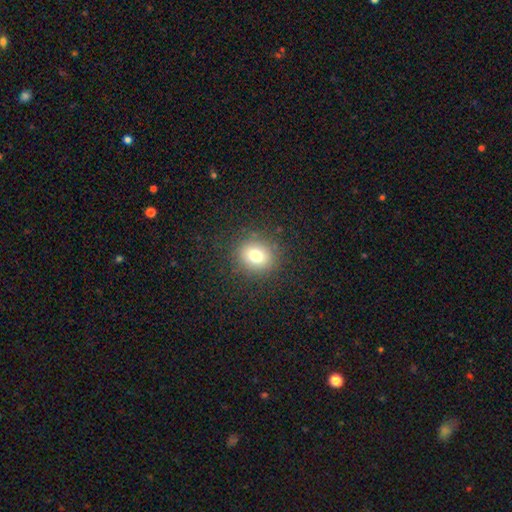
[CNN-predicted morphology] The model was most divided on "how rounded": round: 79%, in between: 20%, cigar-shaped: 1%. More confident: merging — none (87%); smooth or featured — smooth (76%).